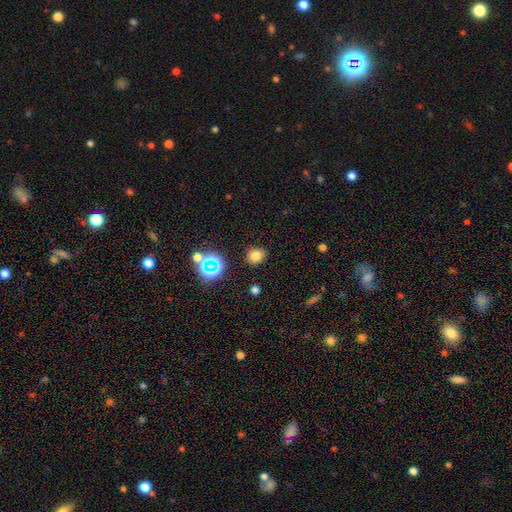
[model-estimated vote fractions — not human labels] Q: Smooth or featured?
A: smooth (76%); runner-up: star or artifact (18%)
Q: How rounded?
A: round (80%); runner-up: in between (19%)
Q: Merging?
A: none (87%); runner-up: minor disturbance (8%)